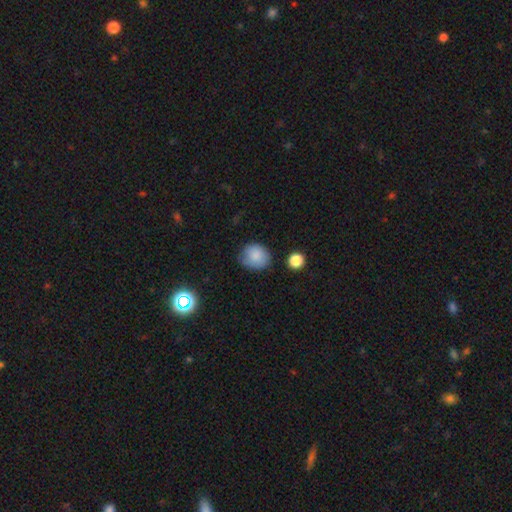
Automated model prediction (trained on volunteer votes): Smooth or featured? Predicted: smooth (p=0.83). How rounded? Predicted: round (p=0.67). Merging? Predicted: none (p=0.64).